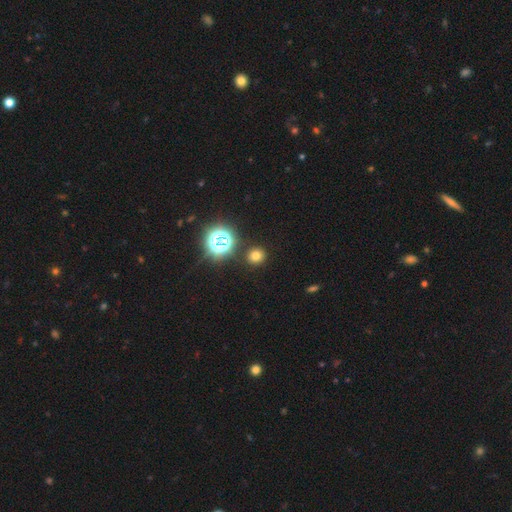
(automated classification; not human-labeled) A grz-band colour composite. It shows a smooth galaxy with no disk features (69%) that is round (88%). Merging: none (88%).